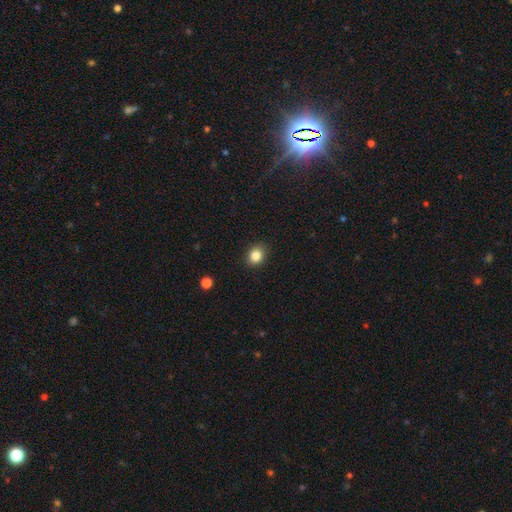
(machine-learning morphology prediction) type=smooth (85%); roundness=round (62%); merging=none (87%).